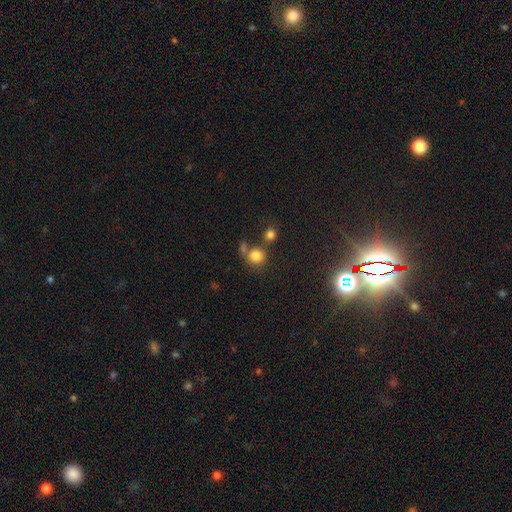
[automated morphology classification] smooth-or-featured: smooth: 80% | star or artifact: 13% | featured or disk: 7%
  how-rounded: round: 84% | in between: 15% | cigar-shaped: 1%
  merging: none: 58% | merger: 26% | minor disturbance: 11% | major disturbance: 5%